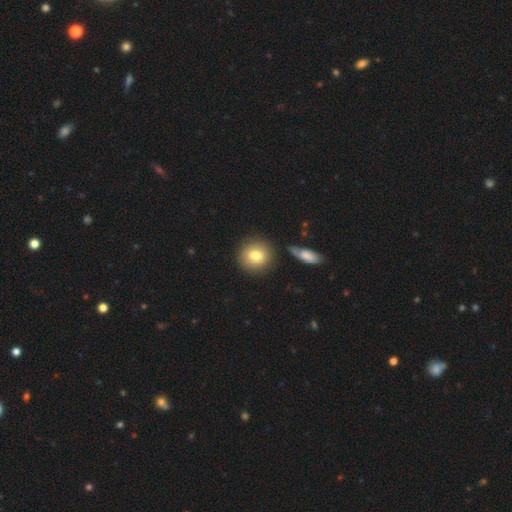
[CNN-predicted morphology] smooth 79%, featured or disk 13%, star or artifact 8%. Down the decision tree: how rounded — round (86%); merging — none (83%).